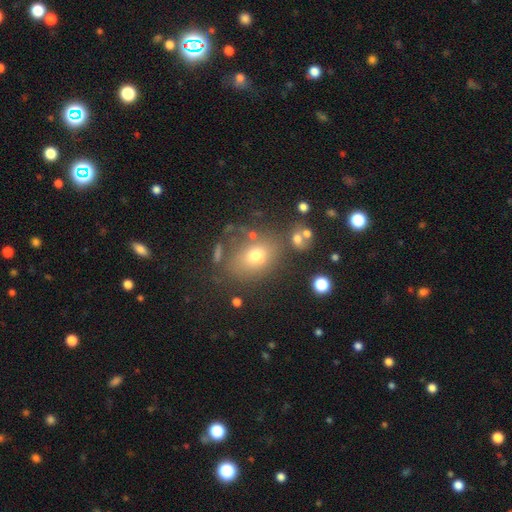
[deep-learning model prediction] smooth_or_featured: smooth (p=0.65) [alt: featured or disk p=0.18]
how_rounded: in between (p=0.55) [alt: round p=0.43]
merging: none (p=0.58) [alt: minor disturbance p=0.19]